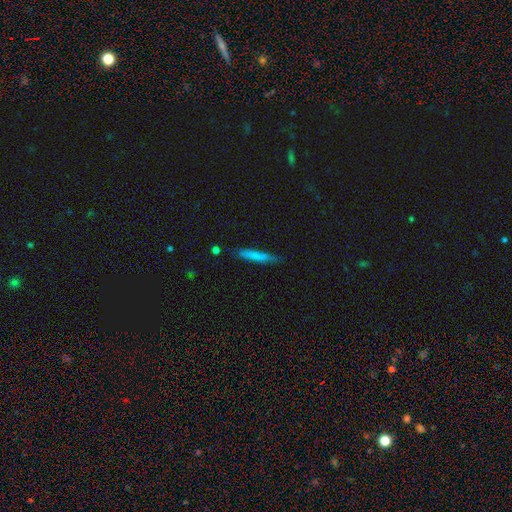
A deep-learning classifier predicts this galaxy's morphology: This is likely a smooth galaxy (73%). How rounded: clearly cigar-shaped (92%). Merging: likely none (75%).